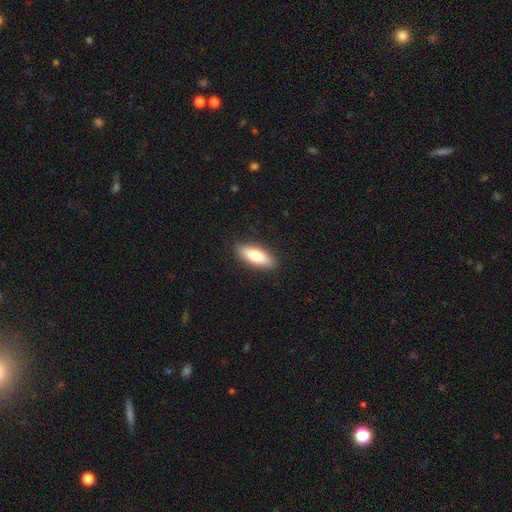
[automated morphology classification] type=smooth (77%); roundness=in between (63%); merging=none (89%).